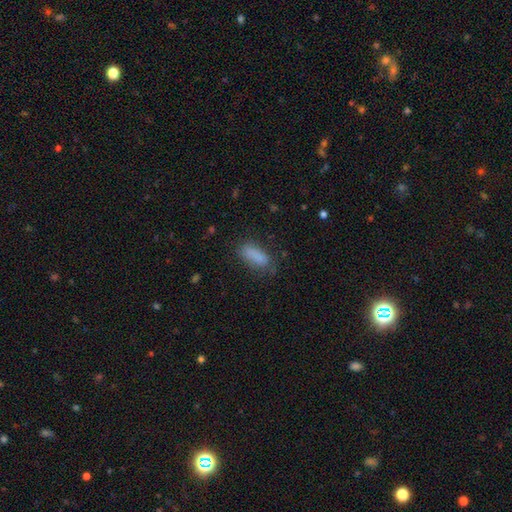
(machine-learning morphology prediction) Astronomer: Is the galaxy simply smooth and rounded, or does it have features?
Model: smooth — 84%.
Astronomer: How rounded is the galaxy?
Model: in between — 71%.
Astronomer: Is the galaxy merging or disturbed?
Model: none — 70%.